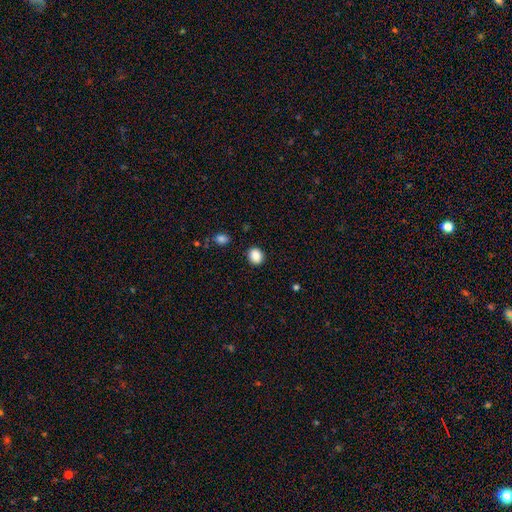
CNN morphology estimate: A smooth galaxy with no disk features (88%) that is round (71%).

Vote fractions:
- Smooth or featured? smooth: 88% / star or artifact: 9% / featured or disk: 3%
- How rounded? round: 71% / in between: 28% / cigar-shaped: 1%
- Merging? none: 90% / minor disturbance: 7% / major disturbance: 2% / merger: 1%